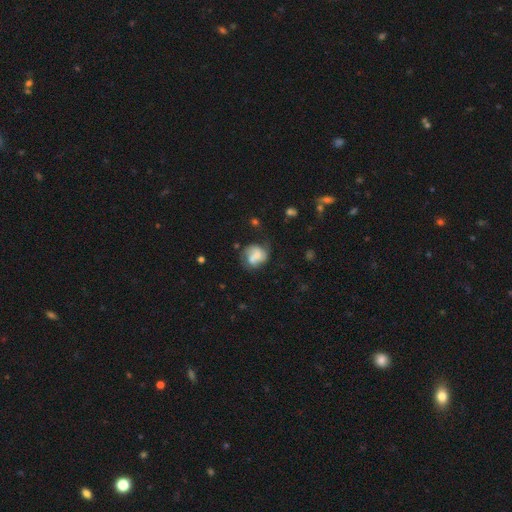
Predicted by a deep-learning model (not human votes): smooth-or-featured: featured or disk: 48% | smooth: 43% | star or artifact: 9%
  merging: none: 41% | minor disturbance: 22% | merger: 22% | major disturbance: 15%